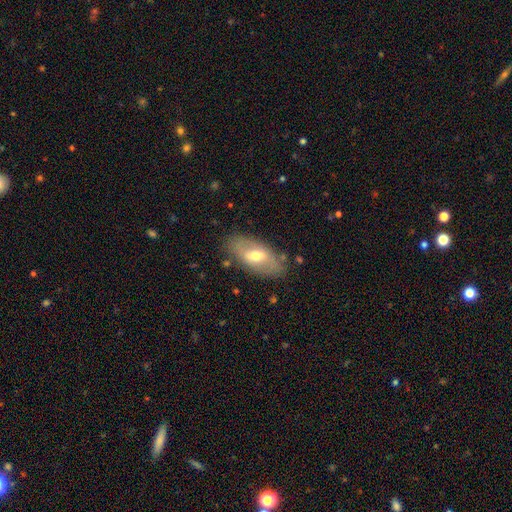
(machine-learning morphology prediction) This appears to be a featured or disk galaxy (50%). Merging: none (79%).